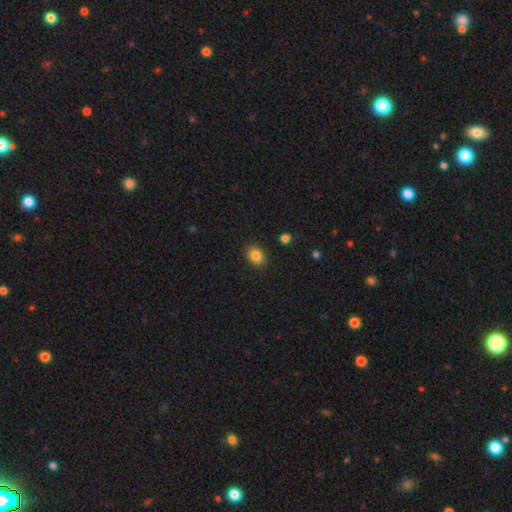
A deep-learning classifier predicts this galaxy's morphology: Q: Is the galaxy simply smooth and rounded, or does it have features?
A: smooth — 85%.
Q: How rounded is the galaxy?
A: in between — 61%.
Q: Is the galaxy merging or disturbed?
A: none — 86%.